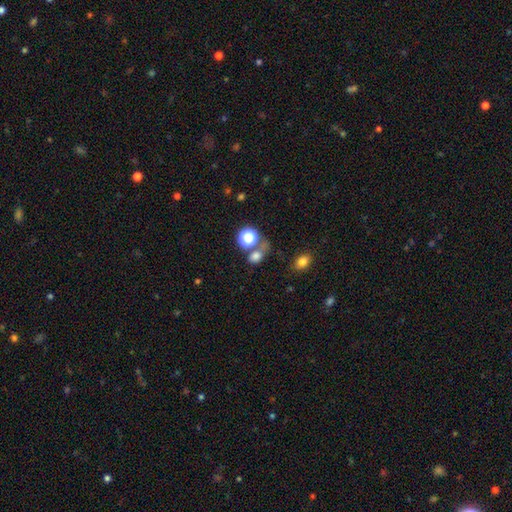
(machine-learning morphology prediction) Overall: smooth (72%). How rounded: in between (54%; round 45%). Merging: none (50%; merger 26%).